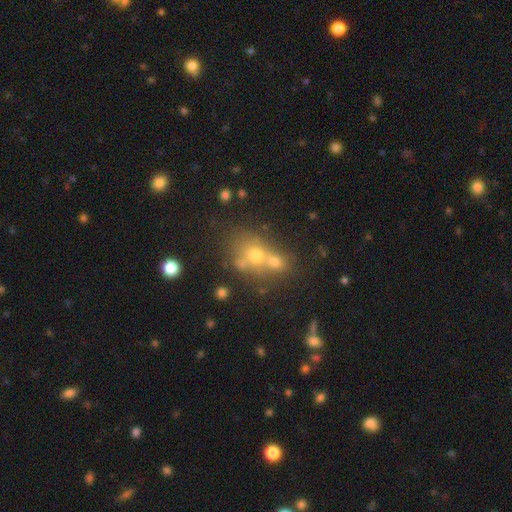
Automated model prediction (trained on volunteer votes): Overall: smooth (59%; featured or disk 22%). How rounded: round (65%; in between 33%). Merging: merger (55%; none 32%).